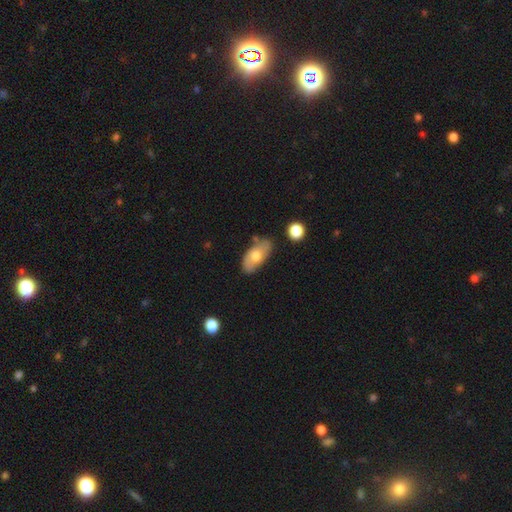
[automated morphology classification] This is possibly a smooth galaxy (60%). How rounded: clearly in between (90%). Merging: likely none (70%).